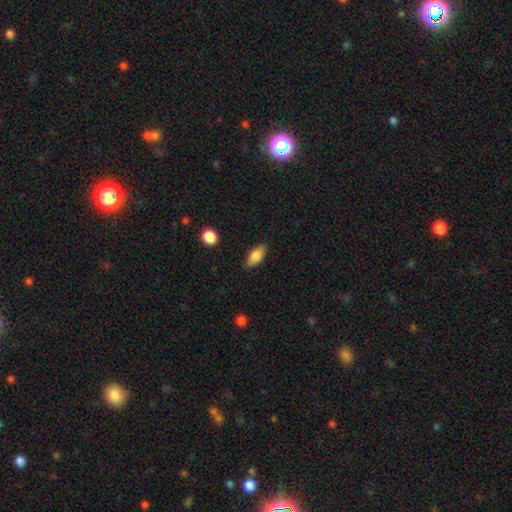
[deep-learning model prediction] Q: Smooth or featured?
A: smooth (80%); runner-up: featured or disk (13%)
Q: How rounded?
A: in between (84%); runner-up: cigar-shaped (13%)
Q: Merging?
A: none (85%); runner-up: minor disturbance (12%)